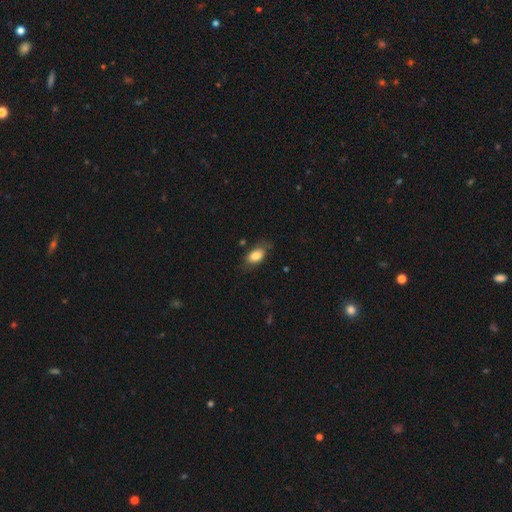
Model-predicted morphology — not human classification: A smooth galaxy with no disk features (82%) that is in between round and cigar-shaped (89%).

Vote fractions:
- Smooth or featured? smooth: 82% / featured or disk: 11% / star or artifact: 7%
- How rounded? in between: 89% / round: 7% / cigar-shaped: 4%
- Merging? none: 69% / minor disturbance: 22% / major disturbance: 7% / merger: 1%